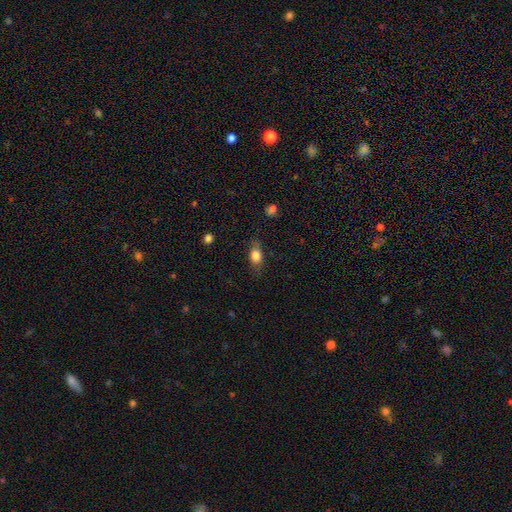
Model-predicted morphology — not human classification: type=smooth (78%); roundness=in between (73%); merging=none (73%).